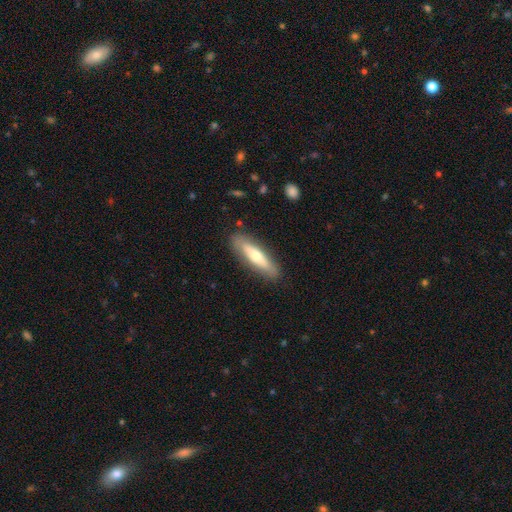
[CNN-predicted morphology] The model was most divided on "smooth or featured": smooth: 54%, featured or disk: 41%, star or artifact: 6%. More confident: merging — none (87%); how rounded — cigar-shaped (71%).